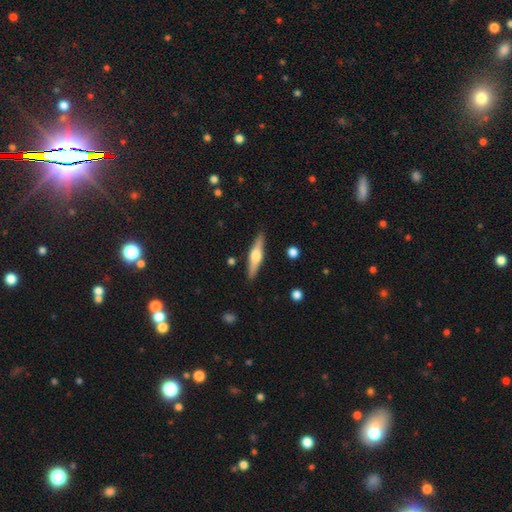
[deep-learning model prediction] Q: Smooth or featured?
A: featured or disk (61%); runner-up: smooth (33%)
Q: Edge-on disk?
A: yes (96%); runner-up: no (4%)
Q: Edge-on bulge?
A: rounded (93%); runner-up: boxy (5%)
Q: Merging?
A: none (89%); runner-up: minor disturbance (8%)